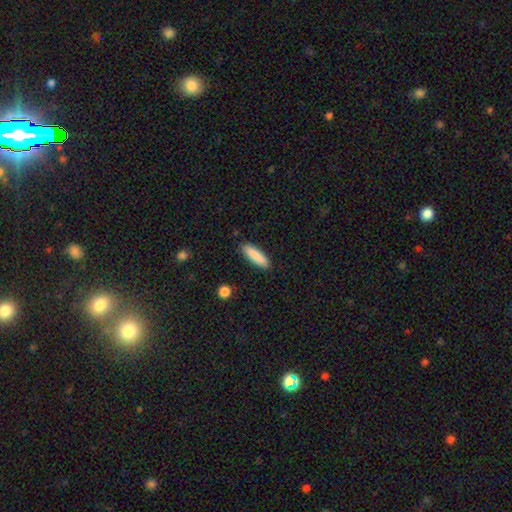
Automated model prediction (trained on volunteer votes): Smooth or featured? Predicted: smooth (p=0.87). How rounded? Predicted: cigar-shaped (p=0.66). Merging? Predicted: none (p=0.88).